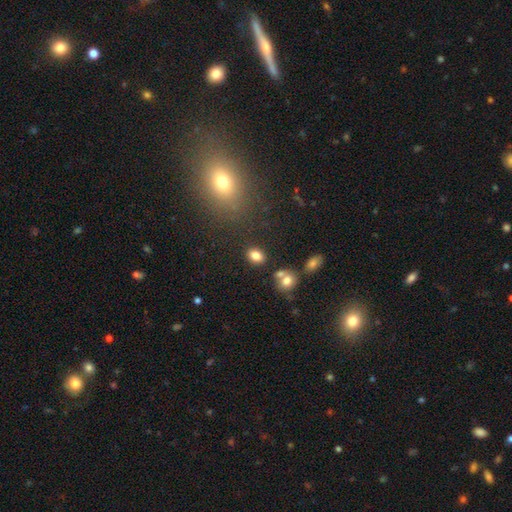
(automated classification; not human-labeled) Q: Smooth or featured?
A: smooth (82%); runner-up: star or artifact (11%)
Q: How rounded?
A: in between (69%); runner-up: round (30%)
Q: Merging?
A: none (77%); runner-up: minor disturbance (11%)